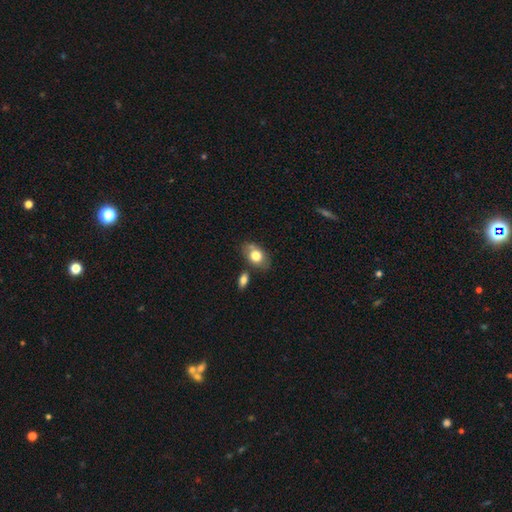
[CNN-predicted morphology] A smooth galaxy with no disk features (75%) that is in between round and cigar-shaped (81%).

Vote fractions:
- Smooth or featured? smooth: 75% / featured or disk: 18% / star or artifact: 7%
- How rounded? in between: 81% / round: 17% / cigar-shaped: 2%
- Merging? none: 65% / minor disturbance: 18% / merger: 12% / major disturbance: 5%